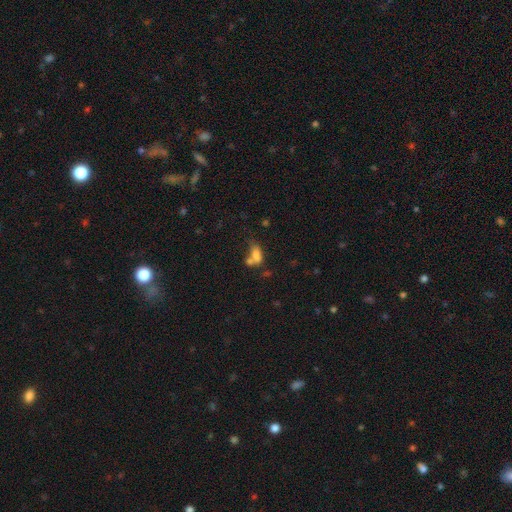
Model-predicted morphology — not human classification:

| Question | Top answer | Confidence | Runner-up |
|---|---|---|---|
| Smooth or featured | smooth | 71% | featured or disk (16%) |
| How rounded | in between | 83% | cigar-shaped (9%) |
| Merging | merger | 51% | none (24%) |